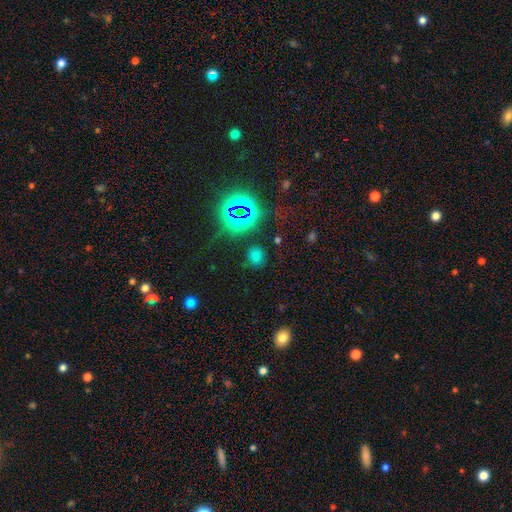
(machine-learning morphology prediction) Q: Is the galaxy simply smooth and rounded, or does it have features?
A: smooth — 59%.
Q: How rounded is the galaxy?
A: round — 78%.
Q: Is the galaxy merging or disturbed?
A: none — 81%.